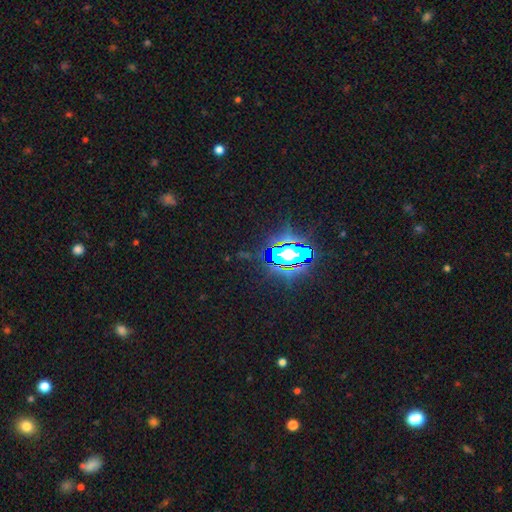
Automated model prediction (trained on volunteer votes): Smooth or featured: star or artifact — 83% (smooth — 10%)